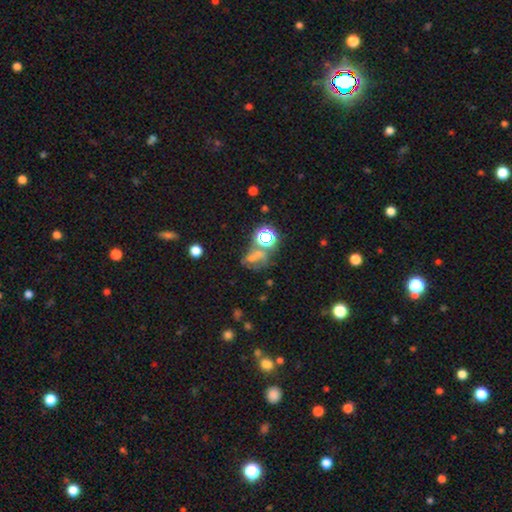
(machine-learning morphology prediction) A star or artifact, not a galaxy (40%).